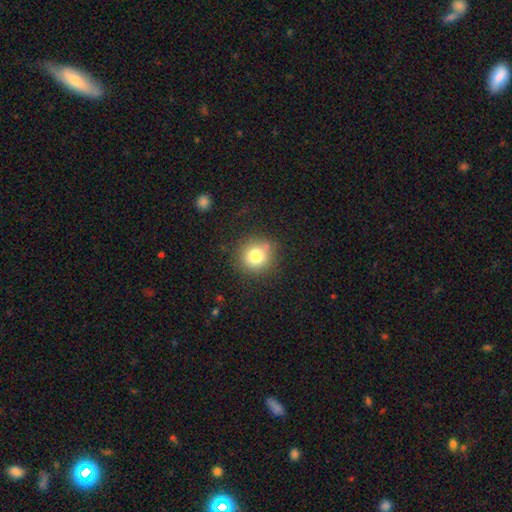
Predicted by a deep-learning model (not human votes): Smooth or featured? smooth (79%)
How rounded? round (91%)
Merging? none (82%)